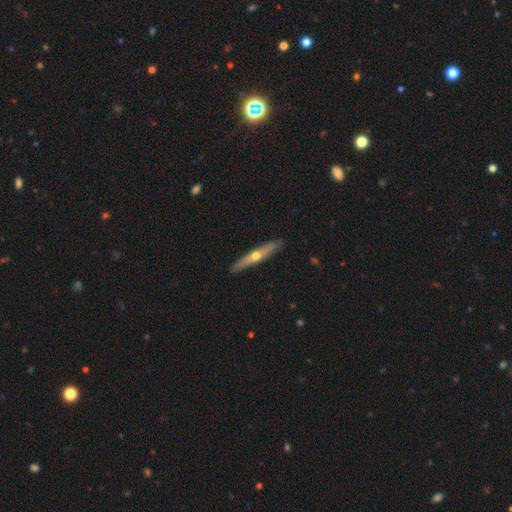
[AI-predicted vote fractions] A featured or disk galaxy (64%) viewed edge-on (94%) with a rounded central bulge (89%).

Vote fractions:
- Smooth or featured? featured or disk: 64% / smooth: 30% / star or artifact: 6%
- Edge-on disk? yes: 94% / no: 6%
- Edge-on bulge? rounded: 89% / none: 10% / boxy: 2%
- Merging? none: 91% / minor disturbance: 7% / major disturbance: 1% / merger: 1%